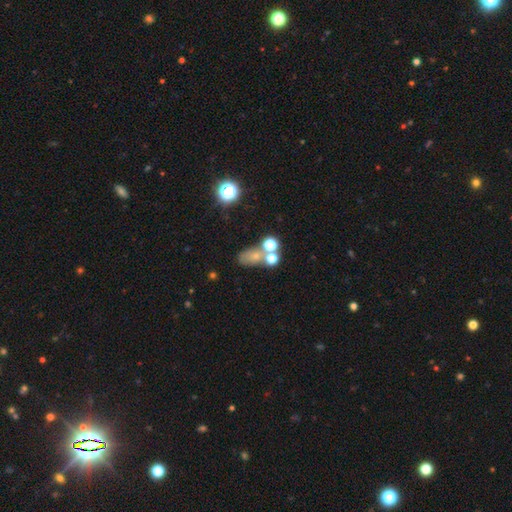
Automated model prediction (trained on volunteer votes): Q: Smooth or featured?
A: smooth (59%); runner-up: star or artifact (22%)
Q: How rounded?
A: in between (61%); runner-up: round (34%)
Q: Merging?
A: none (43%); runner-up: merger (37%)